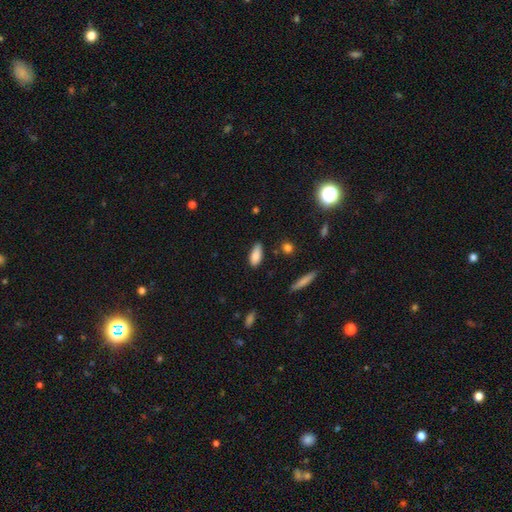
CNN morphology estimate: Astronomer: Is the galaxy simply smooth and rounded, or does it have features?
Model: smooth — 84%.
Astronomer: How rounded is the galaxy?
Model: in between — 79%.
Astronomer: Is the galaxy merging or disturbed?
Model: none — 75%.